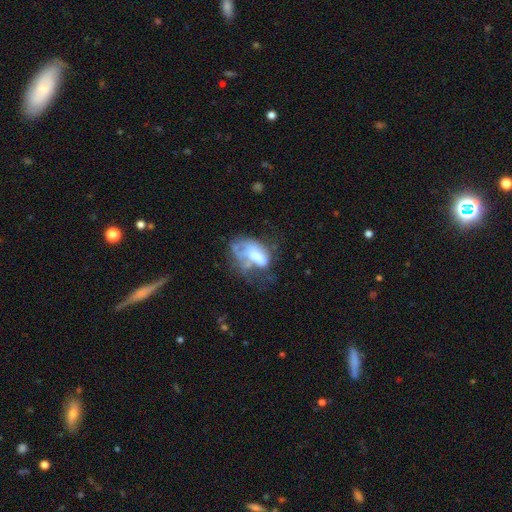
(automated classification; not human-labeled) smooth-or-featured: featured or disk: 49% | smooth: 40% | star or artifact: 11%
  merging: major disturbance: 43% | none: 22% | minor disturbance: 21% | merger: 14%